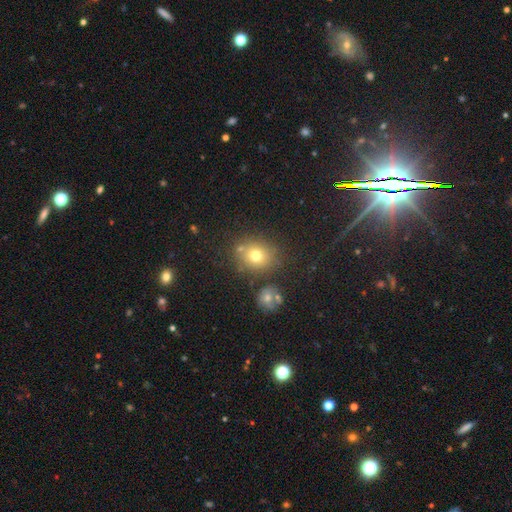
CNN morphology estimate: smooth 72%, star or artifact 16%, featured or disk 12%. Down the decision tree: how rounded — round (73%); merging — none (75%).